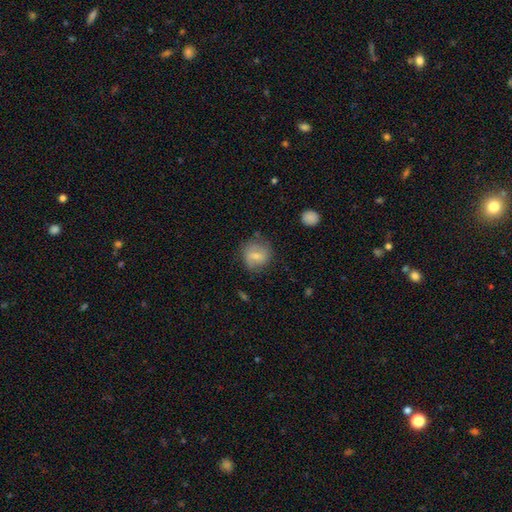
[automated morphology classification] A smooth galaxy with no disk features (62%) that is round (80%). Merging: none (69%).